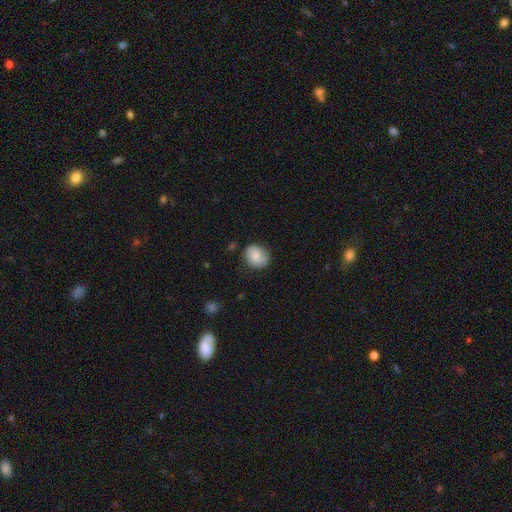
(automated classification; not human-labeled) smooth_or_featured: smooth (p=0.74) [alt: featured or disk p=0.18]
how_rounded: round (p=0.66) [alt: in between p=0.33]
merging: none (p=0.78) [alt: minor disturbance p=0.17]